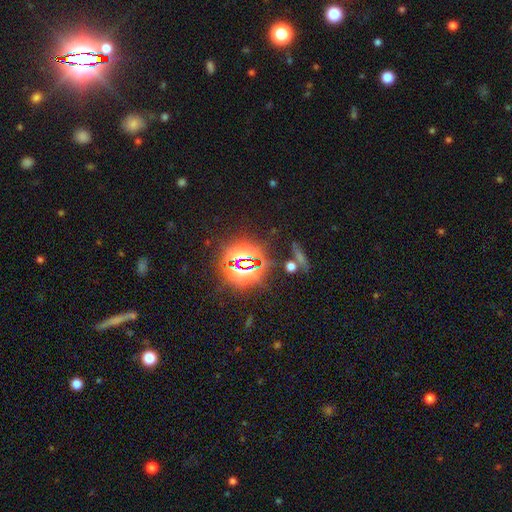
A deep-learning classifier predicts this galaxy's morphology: smooth-or-featured: star or artifact: 79% | smooth: 12% | featured or disk: 8%